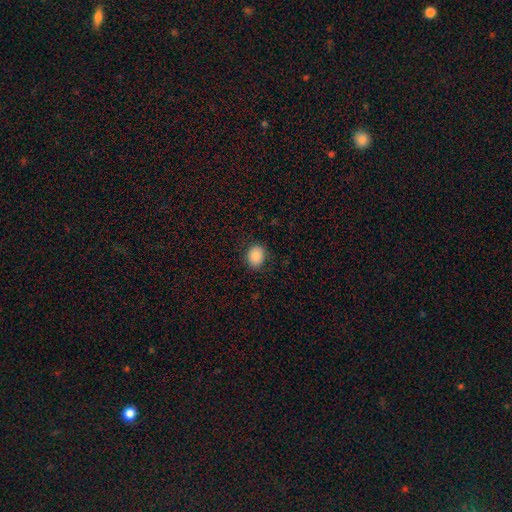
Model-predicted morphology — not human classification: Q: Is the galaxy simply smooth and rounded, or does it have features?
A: smooth — 86%.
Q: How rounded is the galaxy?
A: round — 52%.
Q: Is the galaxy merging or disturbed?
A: none — 85%.